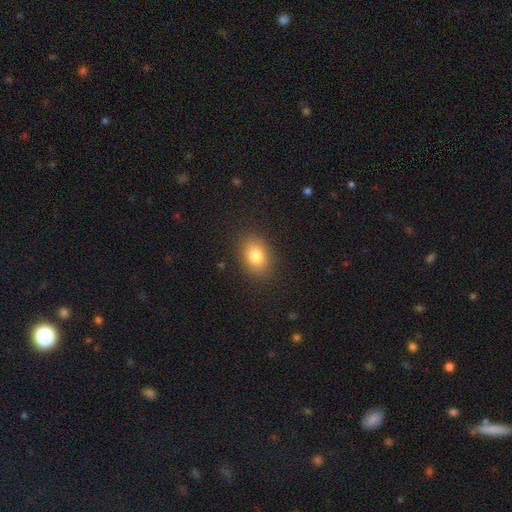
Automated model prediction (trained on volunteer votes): smooth 81%, star or artifact 10%, featured or disk 9%. Down the decision tree: how rounded — in between (75%); merging — none (87%).